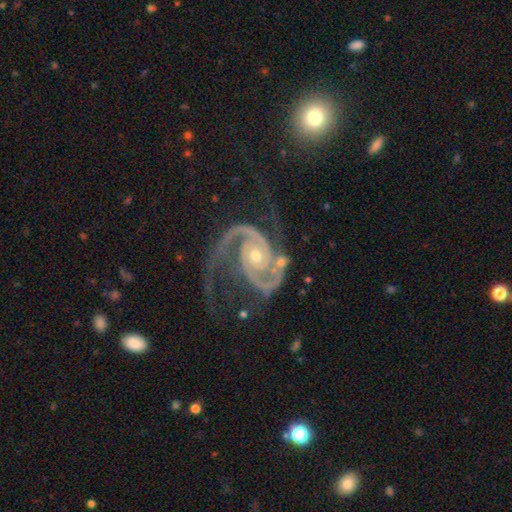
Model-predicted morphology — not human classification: Smooth or featured? Predicted: featured or disk (p=0.94). Edge-on disk? Predicted: no (p=0.98). Bar? Predicted: no (p=0.68). Spiral arms? Predicted: yes (p=0.99). Spiral winding? Predicted: medium (p=0.48). Spiral arm count? Predicted: 2 (p=0.89). Bulge size? Predicted: small (p=0.51). Merging? Predicted: none (p=0.53).